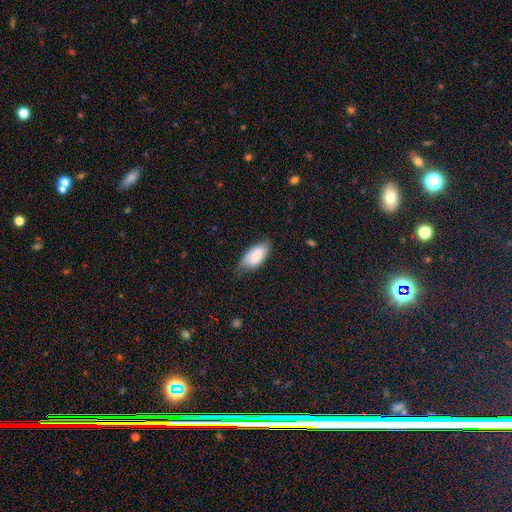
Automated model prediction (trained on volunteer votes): Morphology: type=smooth (75%); roundness=in between (91%); merging=none (61%).